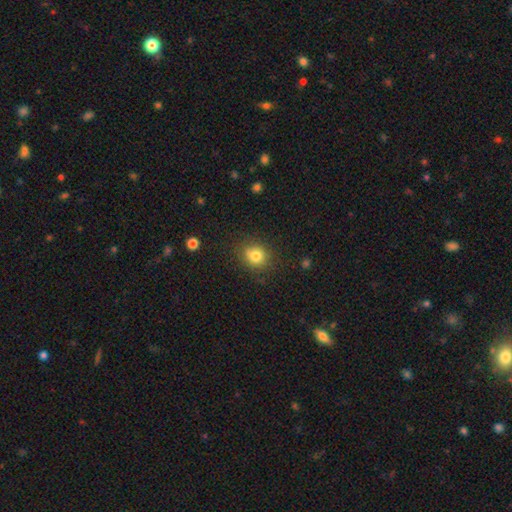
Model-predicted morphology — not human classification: Q: Smooth or featured?
A: smooth (81%); runner-up: star or artifact (12%)
Q: How rounded?
A: round (73%); runner-up: in between (26%)
Q: Merging?
A: none (82%); runner-up: minor disturbance (13%)